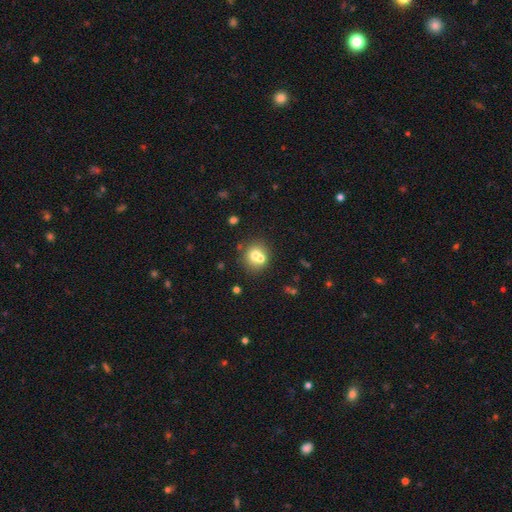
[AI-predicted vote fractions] smooth-or-featured: smooth: 68% | featured or disk: 20% | star or artifact: 12%
  how-rounded: round: 84% | in between: 15% | cigar-shaped: 1%
  merging: none: 50% | merger: 39% | minor disturbance: 8% | major disturbance: 3%